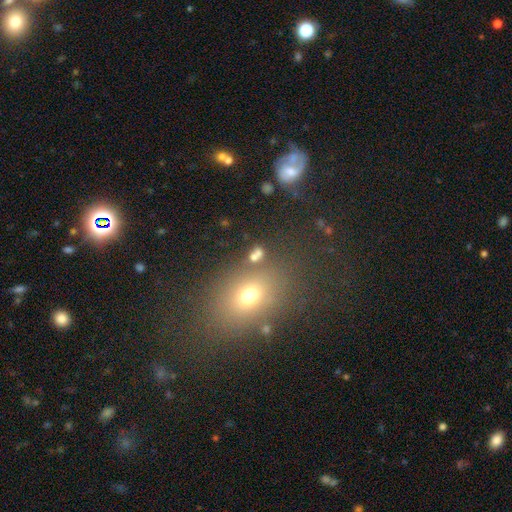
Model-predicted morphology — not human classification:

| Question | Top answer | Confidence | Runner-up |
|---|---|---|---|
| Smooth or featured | smooth | 68% | star or artifact (21%) |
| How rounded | in between | 59% | round (38%) |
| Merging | none | 67% | merger (15%) |